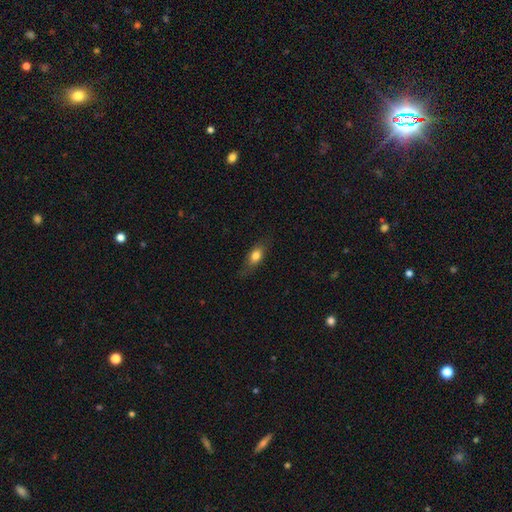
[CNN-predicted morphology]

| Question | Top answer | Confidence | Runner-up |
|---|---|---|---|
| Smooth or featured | smooth | 74% | featured or disk (18%) |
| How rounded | in between | 73% | cigar-shaped (19%) |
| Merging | none | 75% | minor disturbance (19%) |